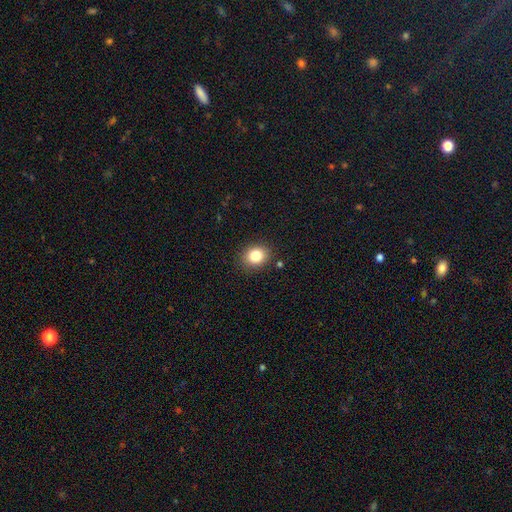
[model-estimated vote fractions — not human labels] This is clearly a smooth galaxy (82%). How rounded: likely round (62%). Merging: clearly none (87%).